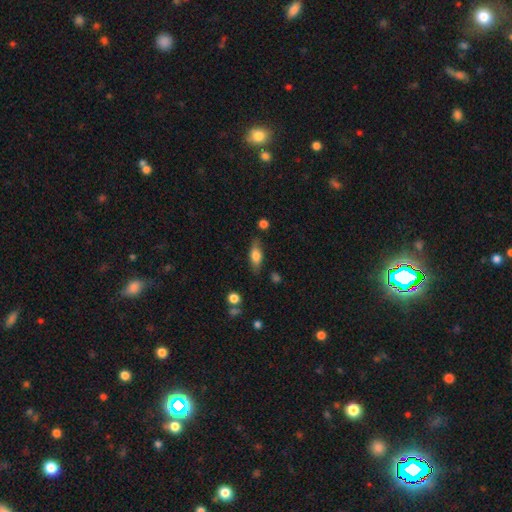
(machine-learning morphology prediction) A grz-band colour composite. It shows a smooth galaxy with no disk features (67%) that is in between round and cigar-shaped (71%). Merging: none (76%).